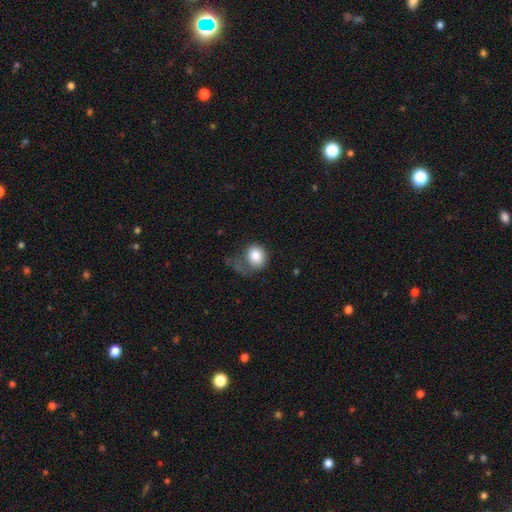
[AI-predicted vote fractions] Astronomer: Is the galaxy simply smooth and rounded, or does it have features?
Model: smooth — 81%.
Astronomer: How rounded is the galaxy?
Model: round — 76%.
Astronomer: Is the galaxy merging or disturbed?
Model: none — 36% (runner-up: major disturbance, 33%).